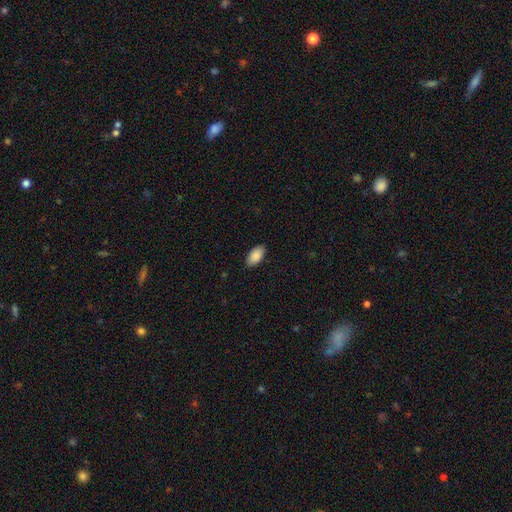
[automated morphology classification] A smooth galaxy with no disk features (89%) that is in between round and cigar-shaped (95%). Merging: none (87%).